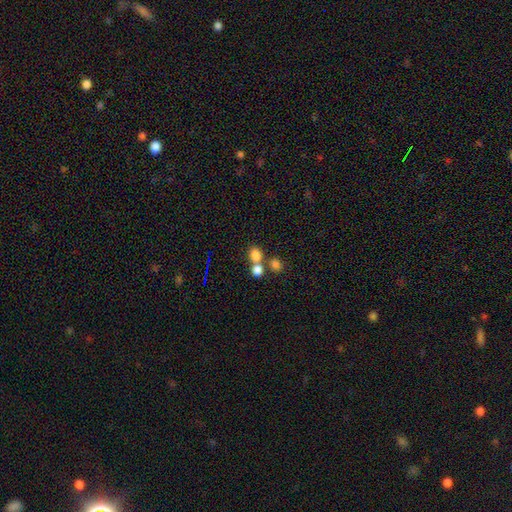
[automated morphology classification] A smooth galaxy with no disk features (78%) that is round (66%). Merging: none (45%).